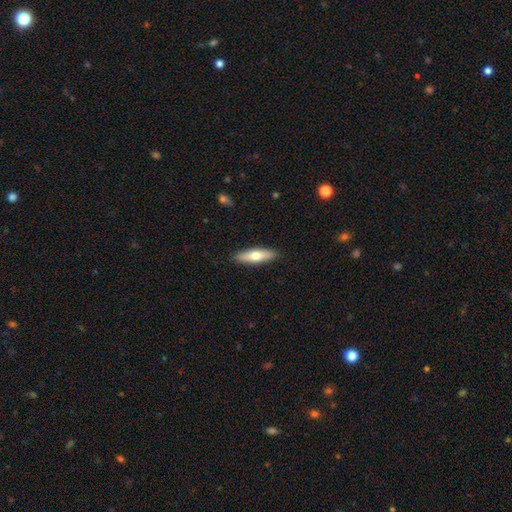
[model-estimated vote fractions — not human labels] A smooth galaxy with no disk features (62%) that is cigar-shaped (64%). Merging: none (90%).